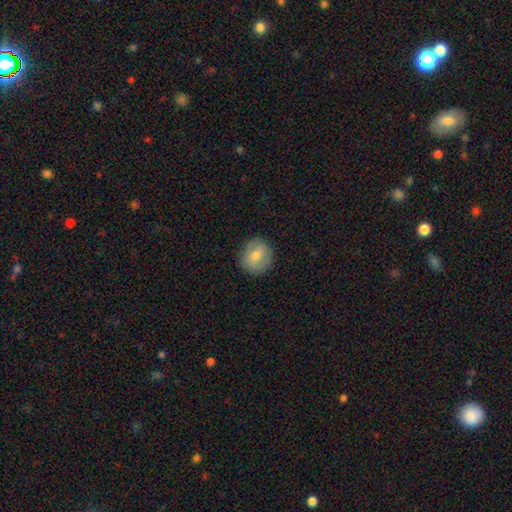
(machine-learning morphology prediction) Q: Smooth or featured?
A: smooth (65%); runner-up: featured or disk (27%)
Q: How rounded?
A: round (87%); runner-up: in between (12%)
Q: Merging?
A: none (88%); runner-up: minor disturbance (9%)